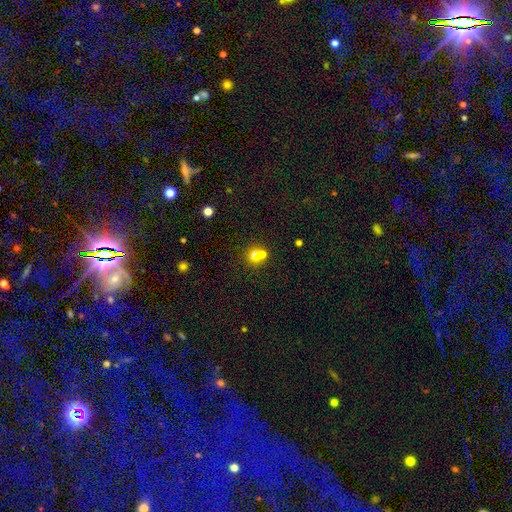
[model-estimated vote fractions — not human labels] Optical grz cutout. It shows a smooth galaxy with no disk features (58%) that is round (85%). Merging: none (53%).